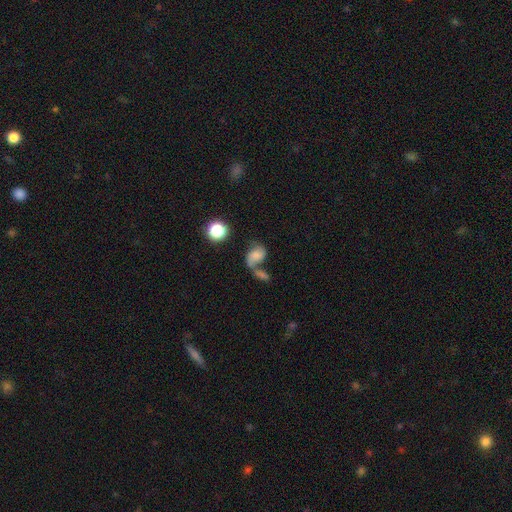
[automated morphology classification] Smooth or featured? smooth (44%, tied with featured or disk)
Merging? merger (46%)